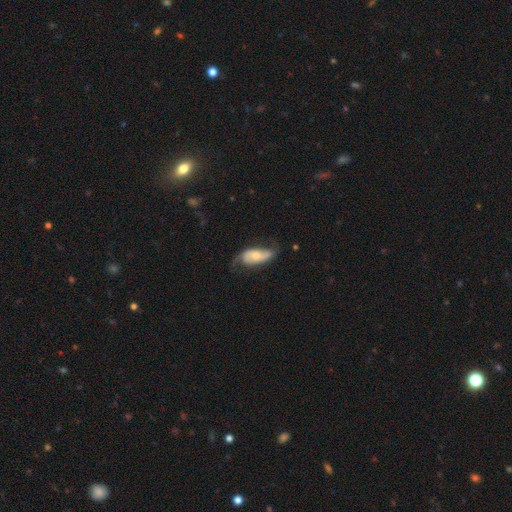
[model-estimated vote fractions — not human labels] smooth-or-featured: featured or disk: 63% | smooth: 30% | star or artifact: 6%
  disk-edge-on: no: 91% | yes: 9%
    bar: no: 63% | weak: 25% | strong: 12%
    has-spiral-arms: yes: 85% | no: 15%
    bulge-size: moderate: 49% | small: 43% | large: 4% | none: 2% | dominant: 1%
  merging: none: 58% | minor disturbance: 26% | major disturbance: 14% | merger: 2%